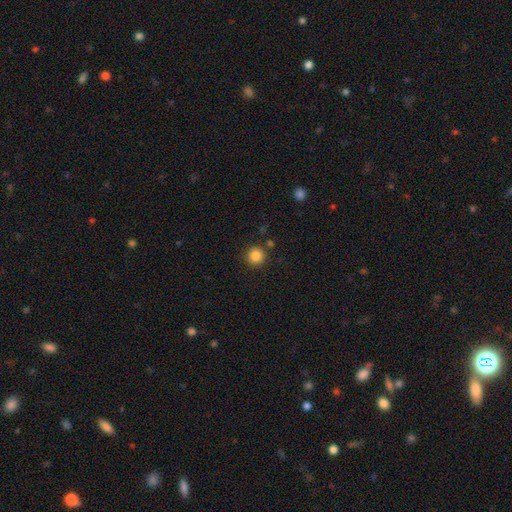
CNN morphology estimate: Smooth or featured? smooth (85%)
How rounded? round (95%)
Merging? none (88%)